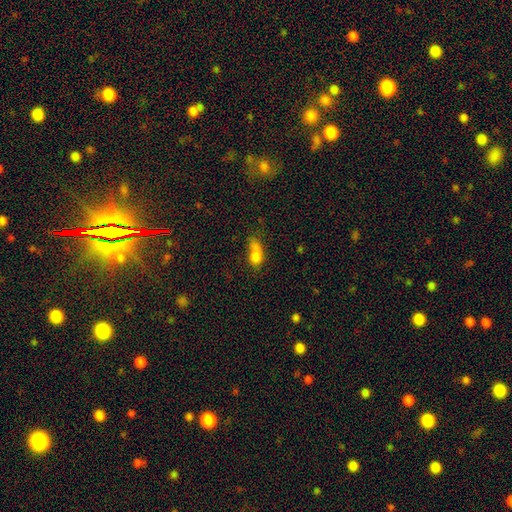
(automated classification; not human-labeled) Smooth or featured? smooth (74%)
How rounded? in between (63%)
Merging? merger (42%)